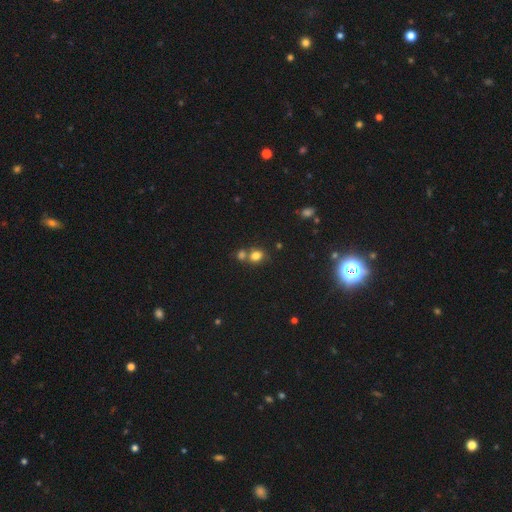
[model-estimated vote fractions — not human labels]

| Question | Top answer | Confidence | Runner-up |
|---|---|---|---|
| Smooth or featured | smooth | 79% | star or artifact (14%) |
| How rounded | round | 61% | in between (38%) |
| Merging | none | 49% | merger (38%) |